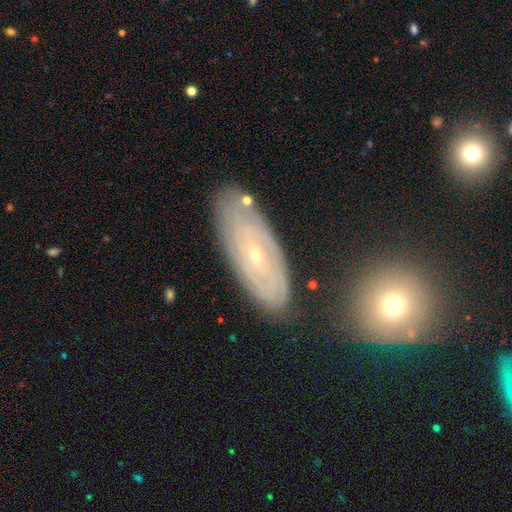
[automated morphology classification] smooth_or_featured: featured or disk (p=0.72) [alt: smooth p=0.20]
disk_edge_on: no (p=0.87) [alt: yes p=0.13]
bar: no (p=0.75) [alt: weak p=0.20]
has_spiral_arms: yes (p=0.73) [alt: no p=0.27]
bulge_size: small (p=0.72) [alt: moderate p=0.25]
merging: none (p=0.79) [alt: minor disturbance p=0.14]